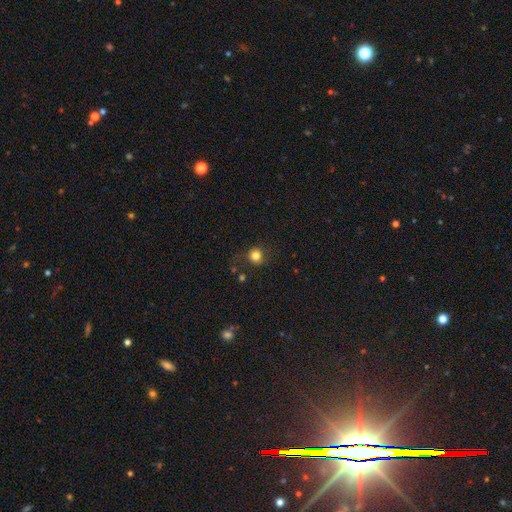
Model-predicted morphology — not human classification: type=smooth (81%); roundness=round (90%); merging=none (80%).